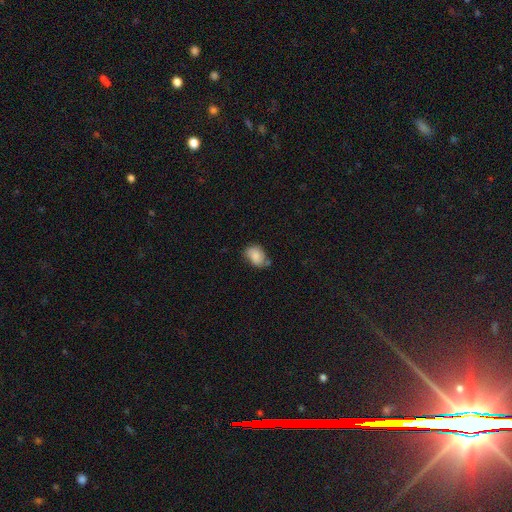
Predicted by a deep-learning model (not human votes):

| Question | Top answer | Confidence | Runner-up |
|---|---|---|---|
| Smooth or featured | smooth | 76% | featured or disk (16%) |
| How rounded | in between | 80% | round (19%) |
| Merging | none | 54% | minor disturbance (32%) |